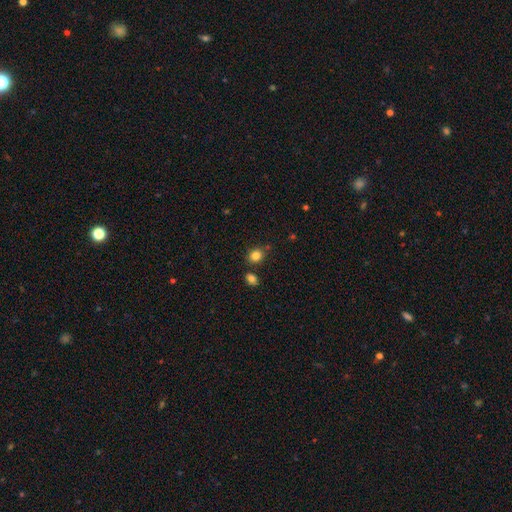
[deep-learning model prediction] Smooth or featured?
  - smooth: 84% *
  - star or artifact: 11%
  - featured or disk: 5%
How rounded?
  - round: 60% *
  - in between: 39%
  - cigar-shaped: 1%
Merging?
  - none: 78% *
  - minor disturbance: 11%
  - merger: 9%
  - major disturbance: 3%